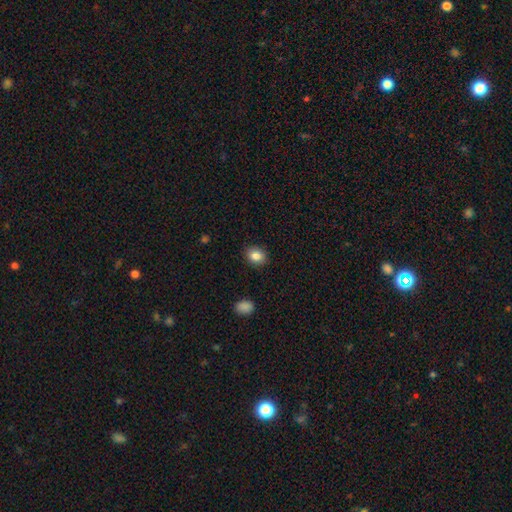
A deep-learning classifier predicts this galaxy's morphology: smooth 85%, star or artifact 9%, featured or disk 6%. Down the decision tree: how rounded — in between (55%); merging — none (89%).